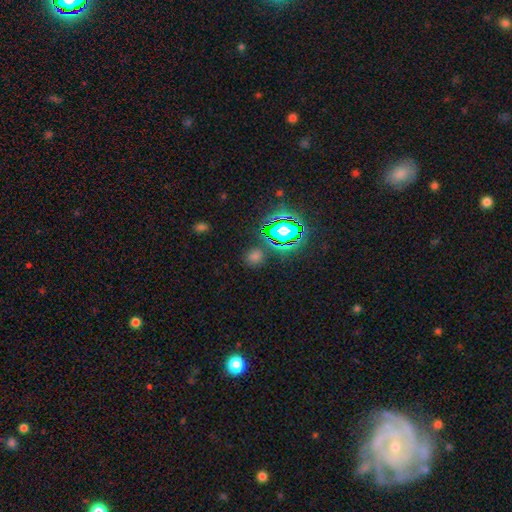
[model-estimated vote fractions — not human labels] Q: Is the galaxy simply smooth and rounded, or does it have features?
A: star or artifact — 48%.